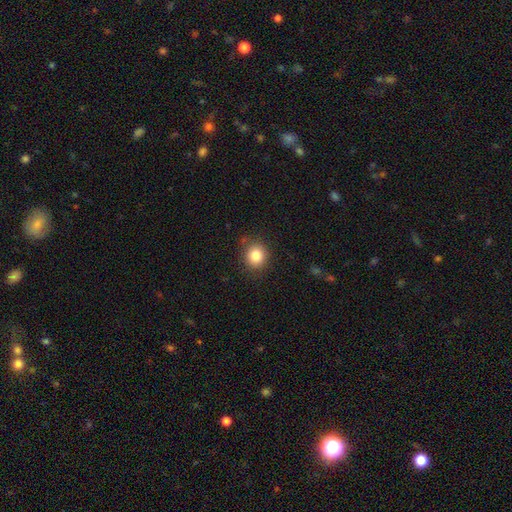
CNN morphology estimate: A smooth galaxy with no disk features (84%) that is round (84%).

Vote fractions:
- Smooth or featured? smooth: 84% / star or artifact: 10% / featured or disk: 6%
- How rounded? round: 84% / in between: 15% / cigar-shaped: 1%
- Merging? none: 83% / minor disturbance: 12% / major disturbance: 3% / merger: 2%